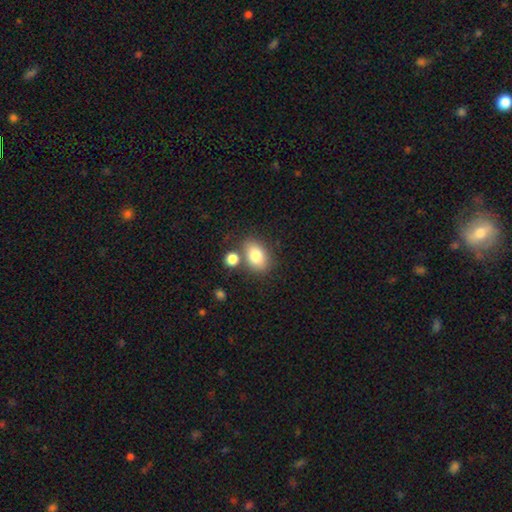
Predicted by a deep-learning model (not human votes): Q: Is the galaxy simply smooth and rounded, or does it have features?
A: smooth — 80%.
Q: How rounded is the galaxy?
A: in between — 80%.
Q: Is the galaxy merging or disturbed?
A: none — 66%.